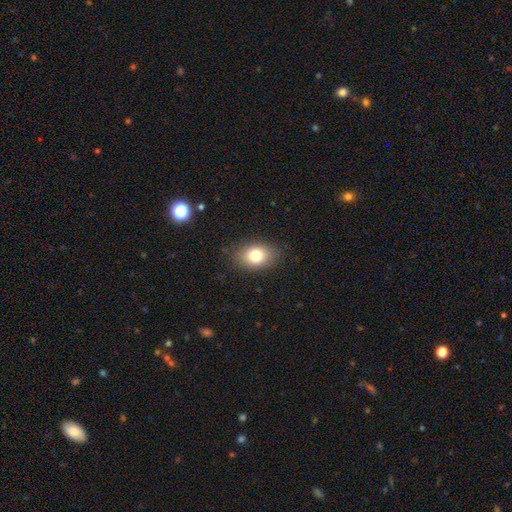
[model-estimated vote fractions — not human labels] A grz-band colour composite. It shows a smooth galaxy with no disk features (79%) that is in between round and cigar-shaped (74%). Merging: none (83%).